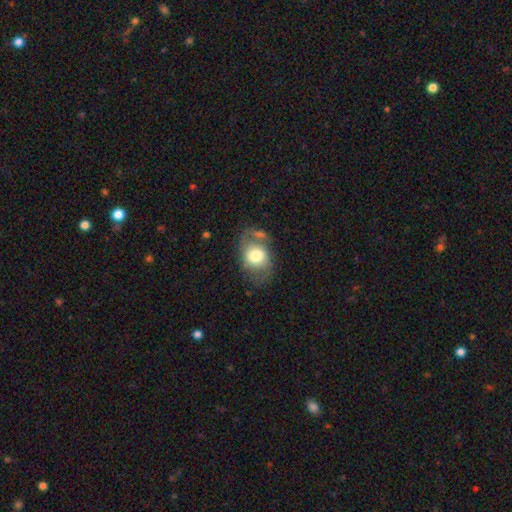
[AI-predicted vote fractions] A smooth galaxy with no disk features (58%) that is in between round and cigar-shaped (69%).

Vote fractions:
- Smooth or featured? smooth: 58% / featured or disk: 35% / star or artifact: 8%
- How rounded? in between: 69% / round: 30% / cigar-shaped: 1%
- Merging? none: 48% / minor disturbance: 24% / major disturbance: 15% / merger: 13%